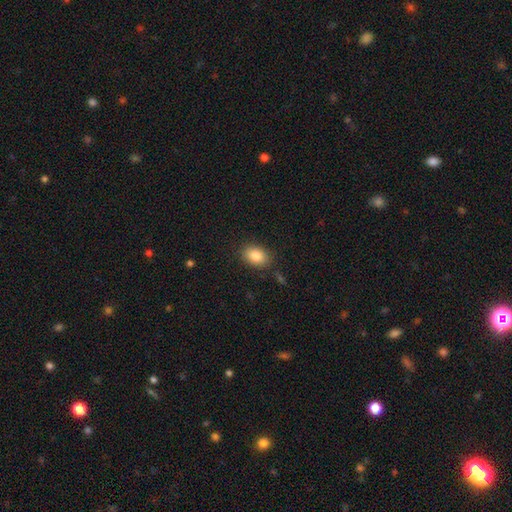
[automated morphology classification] smooth 85%, star or artifact 8%, featured or disk 6%. Down the decision tree: how rounded — in between (80%); merging — none (85%).